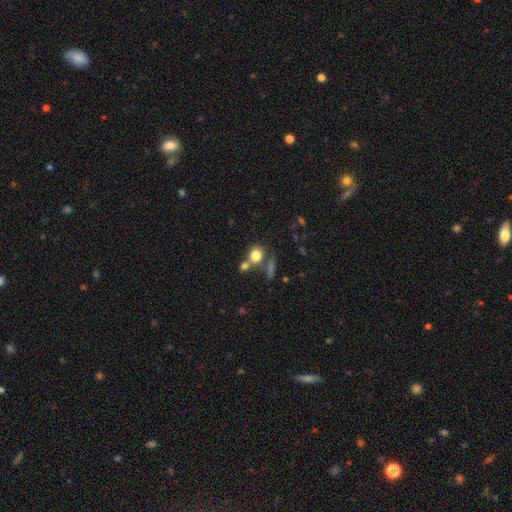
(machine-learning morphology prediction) The model was most divided on "merging": none: 52%, merger: 32%, minor disturbance: 11%, major disturbance: 6%. More confident: smooth or featured — smooth (79%); how rounded — round (72%).